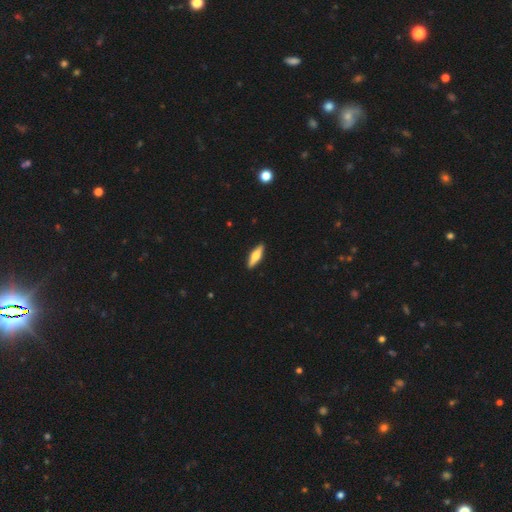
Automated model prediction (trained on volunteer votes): Smooth or featured? smooth (52%)
How rounded? cigar-shaped (61%)
Merging? none (91%)